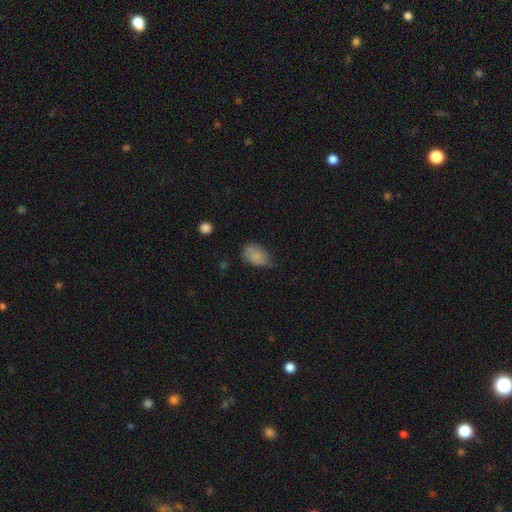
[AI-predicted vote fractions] A smooth galaxy with no disk features (78%) that is in between round and cigar-shaped (86%).

Vote fractions:
- Smooth or featured? smooth: 78% / featured or disk: 13% / star or artifact: 9%
- How rounded? in between: 86% / round: 13% / cigar-shaped: 2%
- Merging? none: 47% / minor disturbance: 38% / major disturbance: 12% / merger: 3%